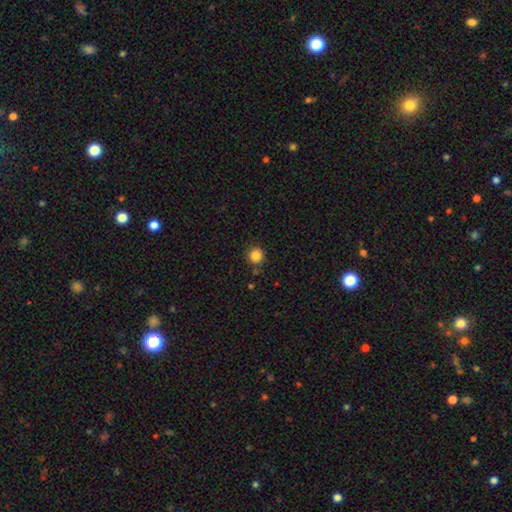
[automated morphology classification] A smooth galaxy with no disk features (85%) that is round (94%). Merging: none (86%).